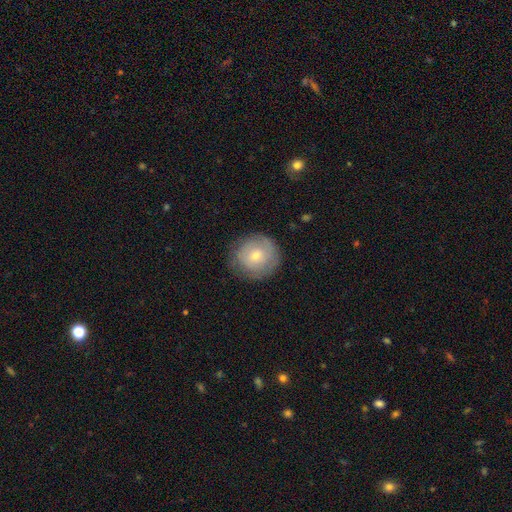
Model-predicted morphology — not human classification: Smooth or featured? Predicted: smooth (p=0.59). How rounded? Predicted: round (p=0.92). Merging? Predicted: none (p=0.81).